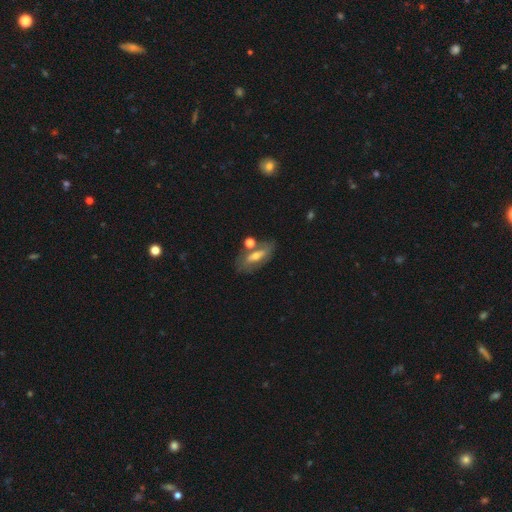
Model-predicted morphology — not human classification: This is possibly a featured or disk galaxy (50%). It is likely not viewed edge-on (72%). Merging: likely none (61%).